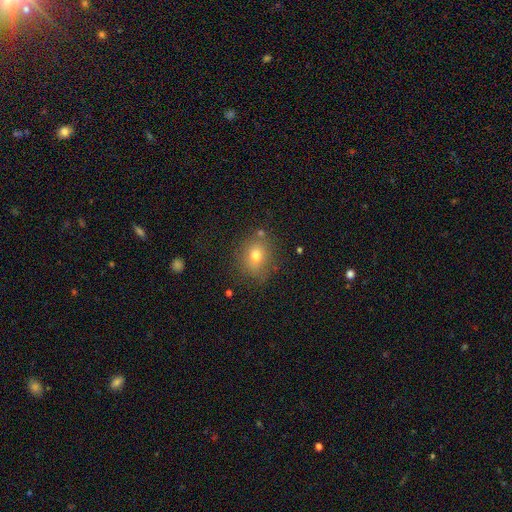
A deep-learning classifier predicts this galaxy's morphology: type=smooth (73%); roundness=round (64%); merging=none (77%).